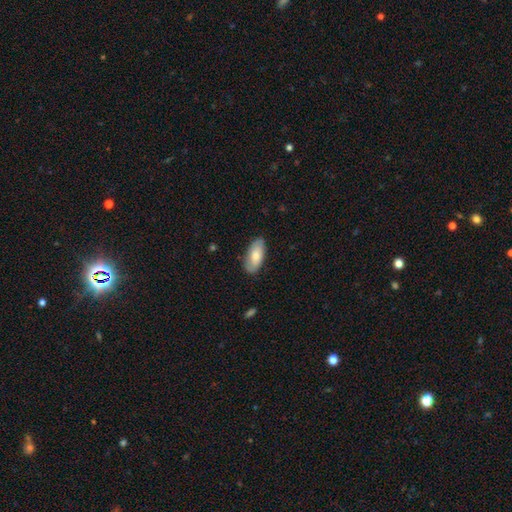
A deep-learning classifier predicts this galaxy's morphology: Smooth or featured: smooth — 73% (featured or disk — 21%)
How rounded: in between — 90% (cigar-shaped — 7%)
Merging: none — 83% (minor disturbance — 13%)